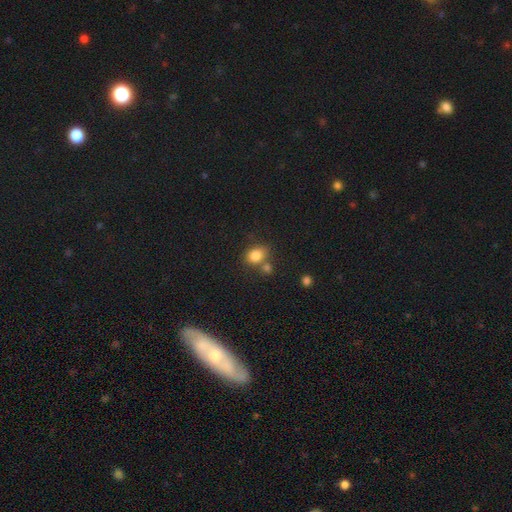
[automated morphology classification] A smooth galaxy with no disk features (83%) that is round (50%). Merging: none (56%).